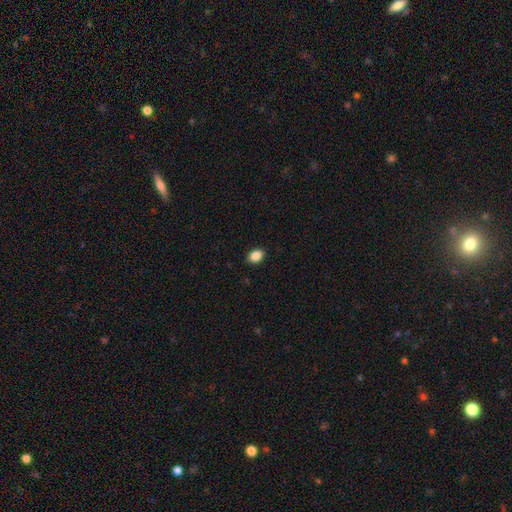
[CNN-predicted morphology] smooth 87%, star or artifact 9%, featured or disk 4%. Down the decision tree: how rounded — in between (73%); merging — none (90%).